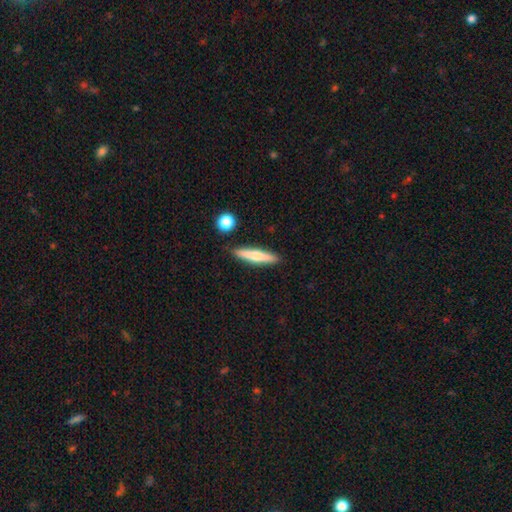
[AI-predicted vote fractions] Smooth or featured?
  - smooth: 56% *
  - featured or disk: 38%
  - star or artifact: 6%
How rounded?
  - cigar-shaped: 88% *
  - in between: 10%
  - round: 2%
Merging?
  - none: 87% *
  - minor disturbance: 8%
  - merger: 3%
  - major disturbance: 2%